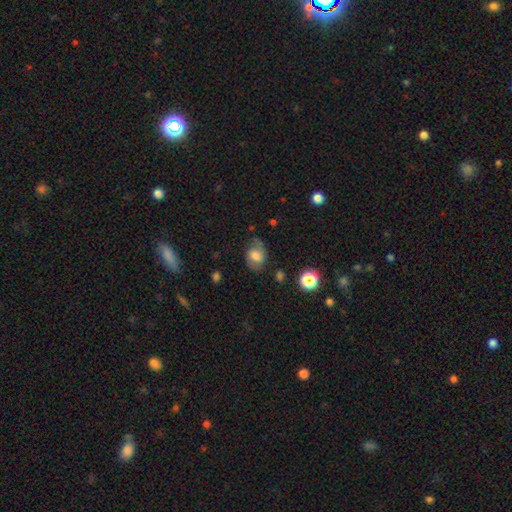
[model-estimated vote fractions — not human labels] Smooth or featured? smooth (57%)
How rounded? in between (68%)
Merging? none (65%)